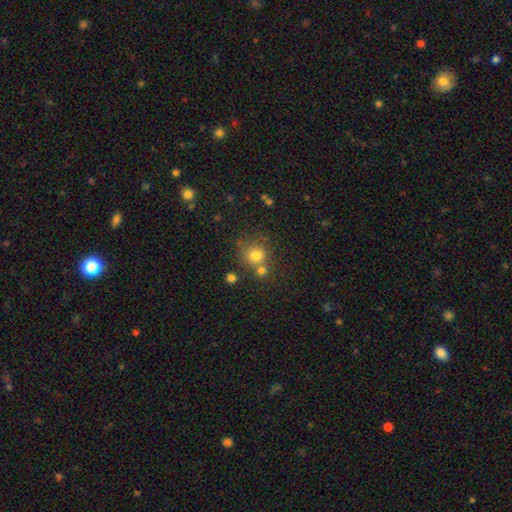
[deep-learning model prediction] Q: Smooth or featured?
A: smooth (76%); runner-up: star or artifact (15%)
Q: How rounded?
A: round (87%); runner-up: in between (12%)
Q: Merging?
A: none (59%); runner-up: merger (27%)